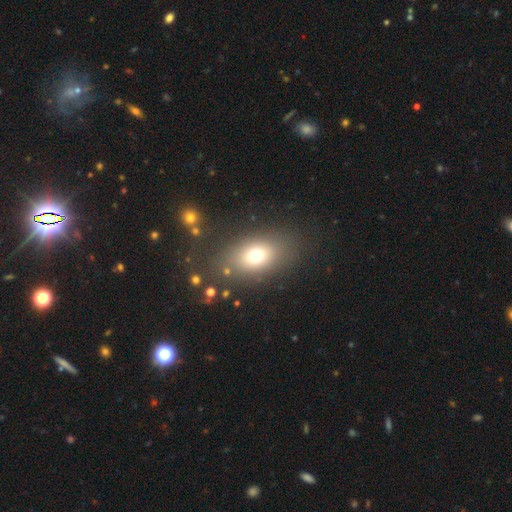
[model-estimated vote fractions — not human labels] This appears to be a smooth galaxy with no disk features (71%) that is in between round and cigar-shaped (73%). Merging: none (78%).